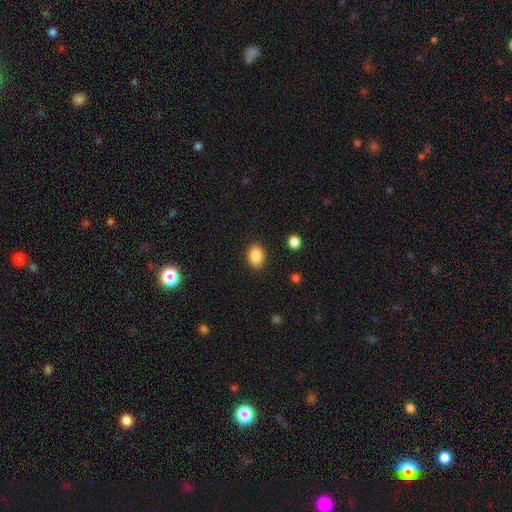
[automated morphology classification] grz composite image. It shows a smooth galaxy with no disk features (88%) that is in between round and cigar-shaped (75%). Merging: none (88%).